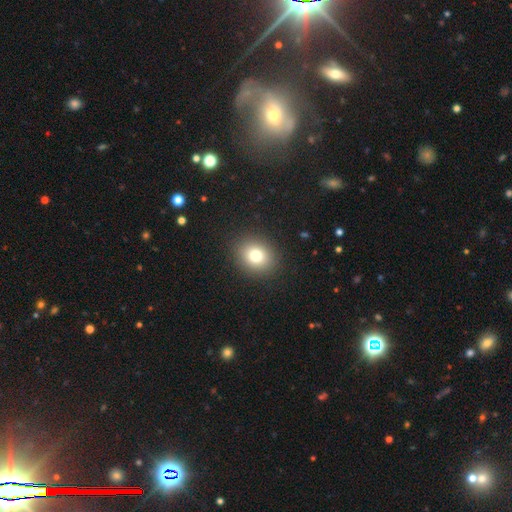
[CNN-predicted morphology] smooth_or_featured: smooth (p=0.78) [alt: star or artifact p=0.13]
how_rounded: round (p=0.65) [alt: in between p=0.34]
merging: none (p=0.90) [alt: minor disturbance p=0.06]